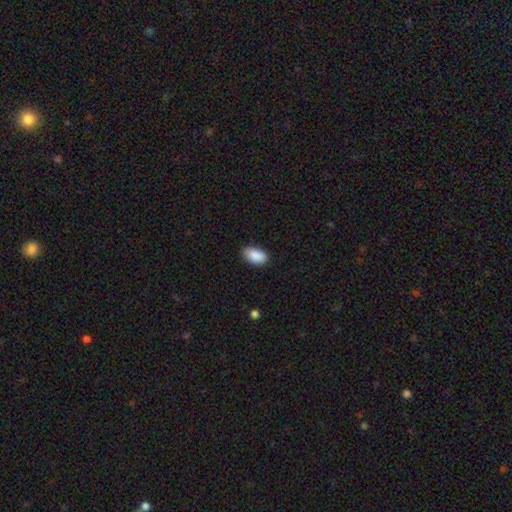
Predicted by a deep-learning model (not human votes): Overall: smooth (90%). How rounded: in between (94%). Merging: none (85%).